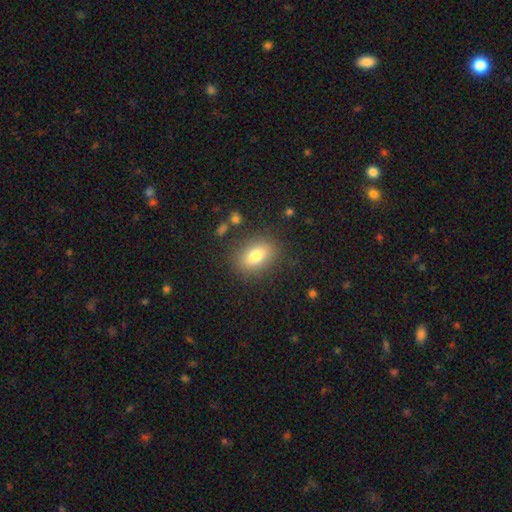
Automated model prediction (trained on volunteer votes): smooth 77%, featured or disk 13%, star or artifact 10%. Down the decision tree: how rounded — in between (74%); merging — none (83%).